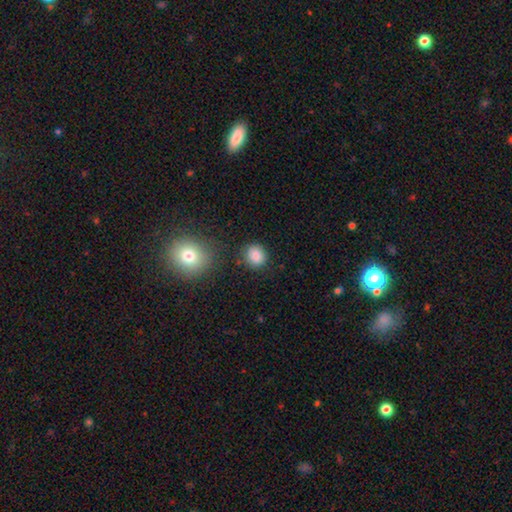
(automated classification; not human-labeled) A smooth galaxy with no disk features (85%) that is round (84%).

Vote fractions:
- Smooth or featured? smooth: 85% / star or artifact: 10% / featured or disk: 5%
- How rounded? round: 84% / in between: 15% / cigar-shaped: 1%
- Merging? none: 84% / minor disturbance: 9% / merger: 4% / major disturbance: 3%